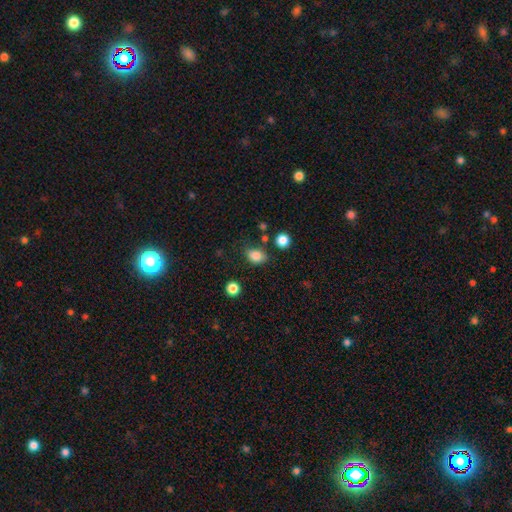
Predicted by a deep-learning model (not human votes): Morphology: type=smooth (85%); roundness=in between (70%); merging=none (70%).